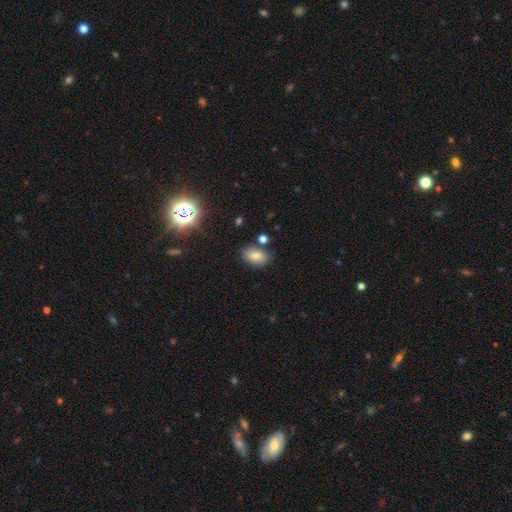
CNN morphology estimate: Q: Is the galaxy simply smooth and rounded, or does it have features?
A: smooth — 74%.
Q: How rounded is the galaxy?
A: in between — 84%.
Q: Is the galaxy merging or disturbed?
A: none — 78%.